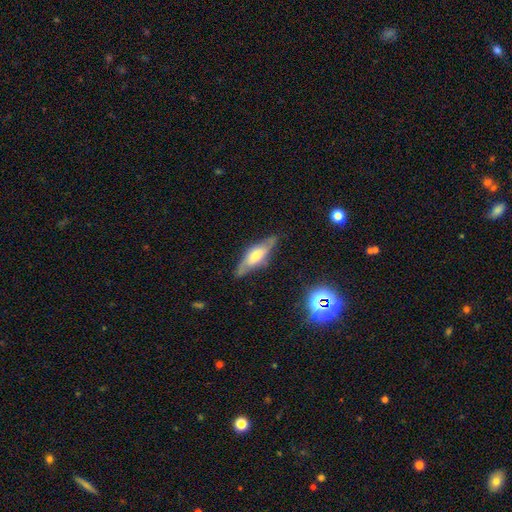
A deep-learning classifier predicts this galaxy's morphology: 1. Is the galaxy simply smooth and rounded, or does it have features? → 54% featured or disk, 38% smooth, 7% star or artifact.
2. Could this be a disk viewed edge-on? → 63% yes, 37% no.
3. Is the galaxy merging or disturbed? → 74% none, 19% minor disturbance, 5% major disturbance, 2% merger.